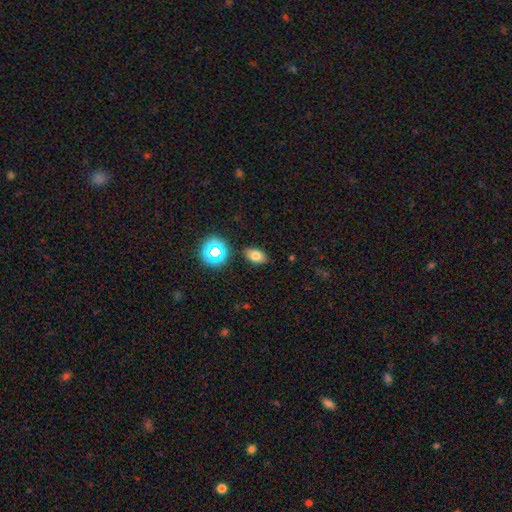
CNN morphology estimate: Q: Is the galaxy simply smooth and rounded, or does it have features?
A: smooth — 72%.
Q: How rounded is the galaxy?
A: in between — 84%.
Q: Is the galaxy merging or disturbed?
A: none — 85%.